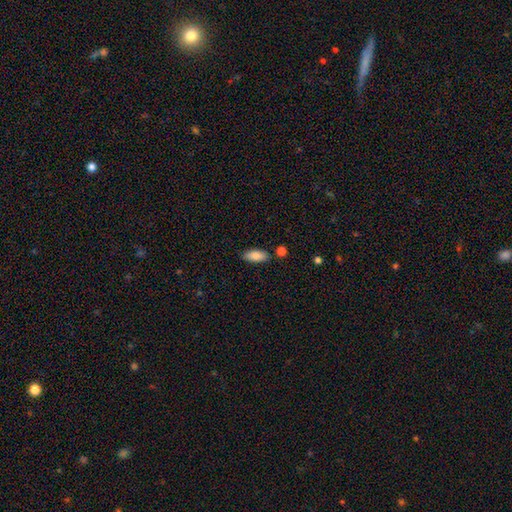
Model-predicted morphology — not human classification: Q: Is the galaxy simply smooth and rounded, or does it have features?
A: smooth — 84%.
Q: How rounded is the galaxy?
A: in between — 84%.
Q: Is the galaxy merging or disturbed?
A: none — 83%.